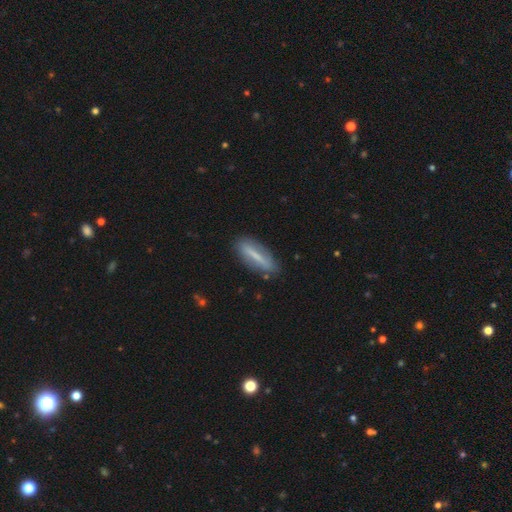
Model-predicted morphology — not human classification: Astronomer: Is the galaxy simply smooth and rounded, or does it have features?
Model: smooth — 56% (runner-up: featured or disk, 37%).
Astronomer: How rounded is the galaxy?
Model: cigar-shaped — 62%.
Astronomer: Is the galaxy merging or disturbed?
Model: none — 80%.